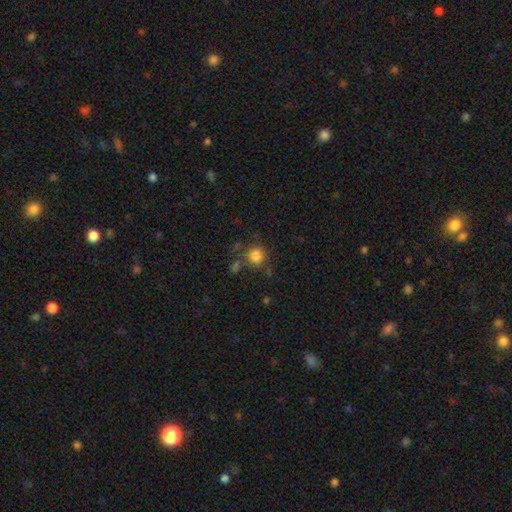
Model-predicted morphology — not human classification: smooth_or_featured: smooth (p=0.83) [alt: star or artifact p=0.11]
how_rounded: round (p=0.89) [alt: in between p=0.10]
merging: none (p=0.70) [alt: minor disturbance p=0.13]